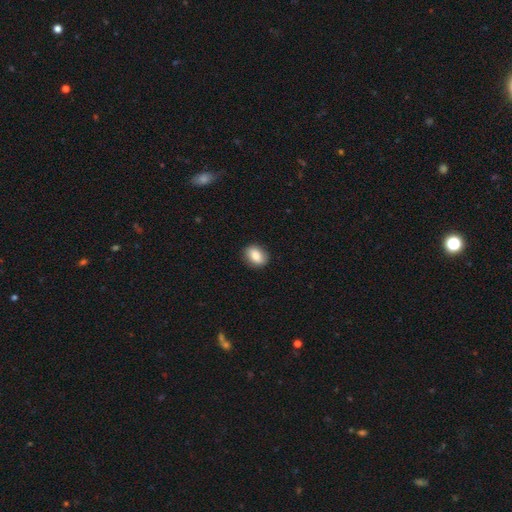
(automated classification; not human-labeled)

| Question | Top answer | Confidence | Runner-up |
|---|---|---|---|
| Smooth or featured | smooth | 82% | featured or disk (10%) |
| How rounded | in between | 67% | round (32%) |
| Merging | none | 86% | minor disturbance (10%) |